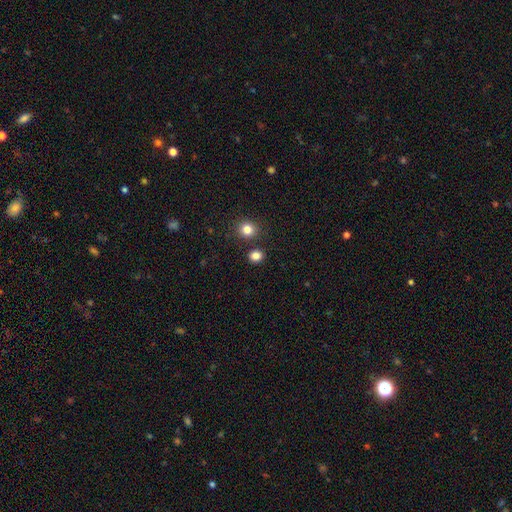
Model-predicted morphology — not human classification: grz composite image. It shows a smooth galaxy with no disk features (83%) that is round (76%). Merging: none (83%).